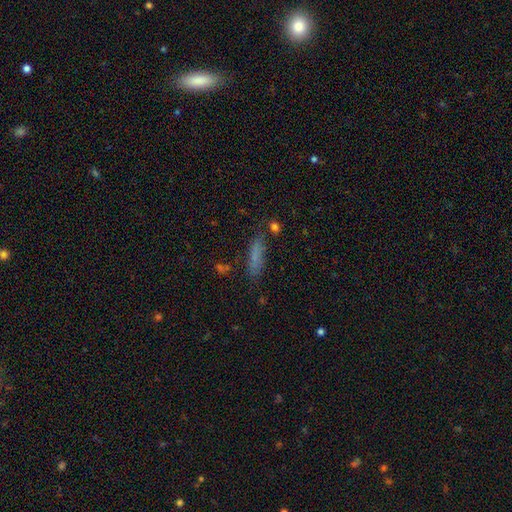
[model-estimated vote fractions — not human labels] Smooth or featured? smooth (70%)
How rounded? cigar-shaped (74%)
Merging? none (72%)